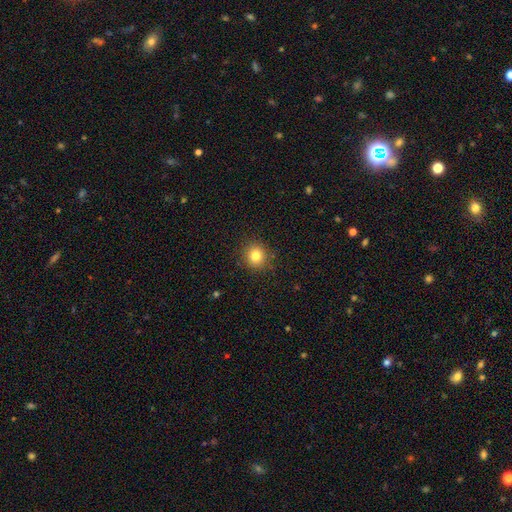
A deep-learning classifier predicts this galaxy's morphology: The model was most divided on "smooth or featured": smooth: 81%, star or artifact: 12%, featured or disk: 7%. More confident: how rounded — round (90%); merging — none (89%).